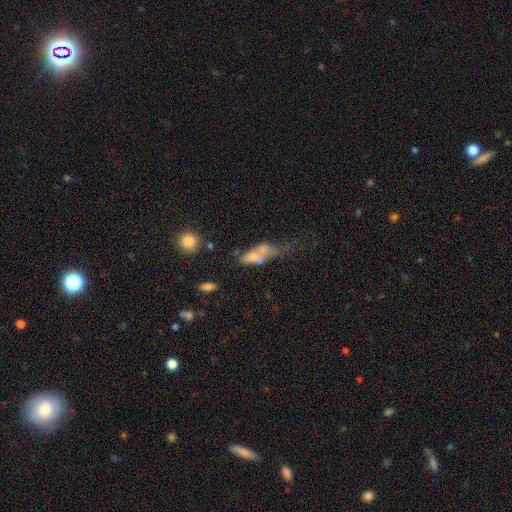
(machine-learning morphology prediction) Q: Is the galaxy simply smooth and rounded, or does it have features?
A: smooth — 54%.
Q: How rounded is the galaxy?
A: in between — 68%.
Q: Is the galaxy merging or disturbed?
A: merger — 49%.